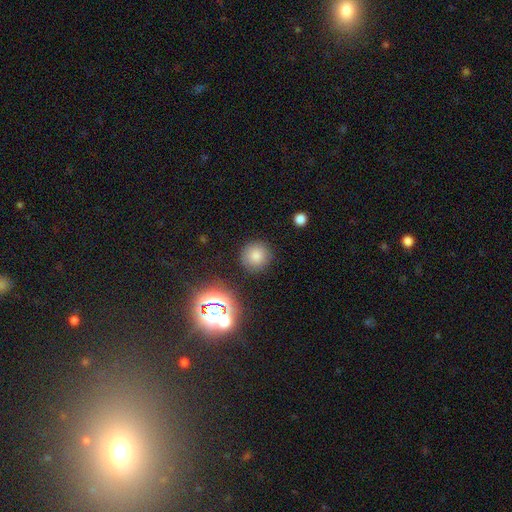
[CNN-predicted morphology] smooth 77%, star or artifact 16%, featured or disk 7%. Down the decision tree: how rounded — round (94%); merging — none (88%).